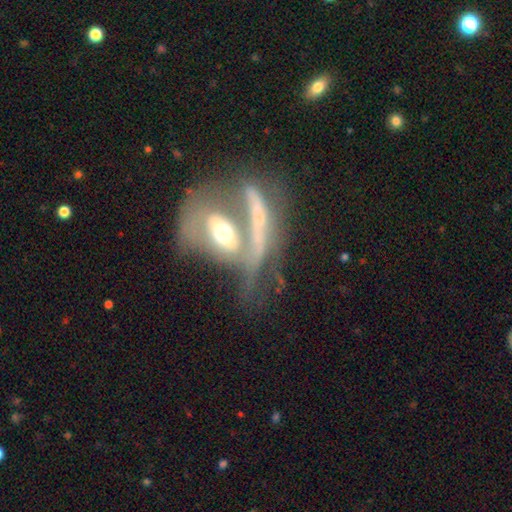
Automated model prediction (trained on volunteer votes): The model was most divided on "smooth or featured": featured or disk: 62%, smooth: 30%, star or artifact: 9%. More confident: edge-on disk — no (70%); merging — merger (54%).